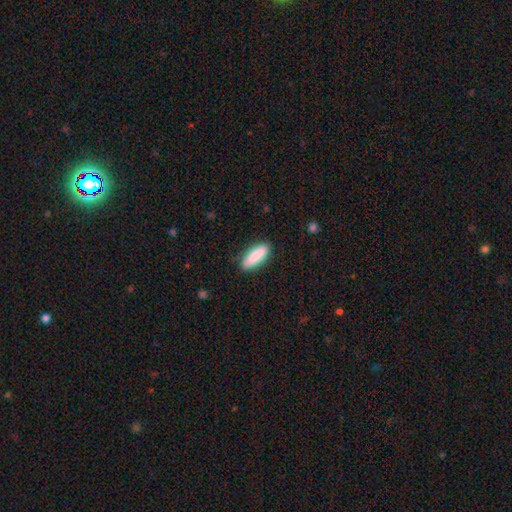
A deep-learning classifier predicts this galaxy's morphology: type=smooth (89%); roundness=in between (62%); merging=none (87%).